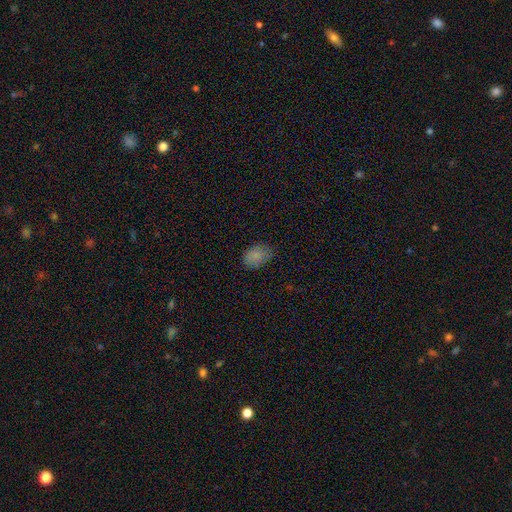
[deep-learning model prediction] A smooth galaxy with no disk features (84%) that is in between round and cigar-shaped (82%). Merging: none (77%).